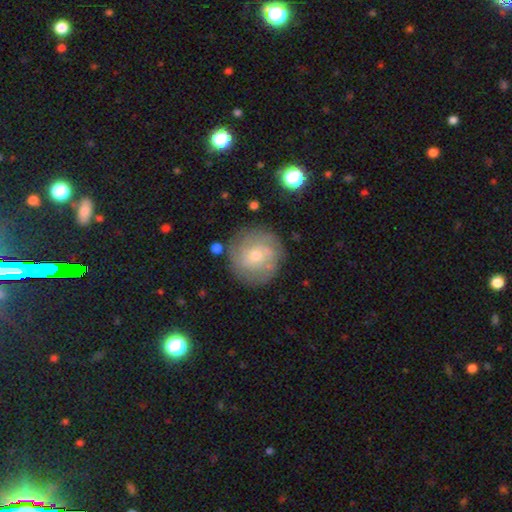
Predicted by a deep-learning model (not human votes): smooth-or-featured: featured or disk: 62% | smooth: 29% | star or artifact: 9%
  disk-edge-on: no: 97% | yes: 3%
    bar: no: 68% | weak: 27% | strong: 5%
    has-spiral-arms: yes: 84% | no: 16%
      spiral-winding: tight: 63% | medium: 28% | loose: 9%
      spiral-arm-count: can't tell: 43% | 2: 19% | 3: 17% | 4: 10% | more than 4: 5% | 1: 5%
    bulge-size: small: 63% | moderate: 34% | large: 2% | none: 1% | dominant: 1%
  merging: none: 82% | minor disturbance: 12% | major disturbance: 4% | merger: 2%